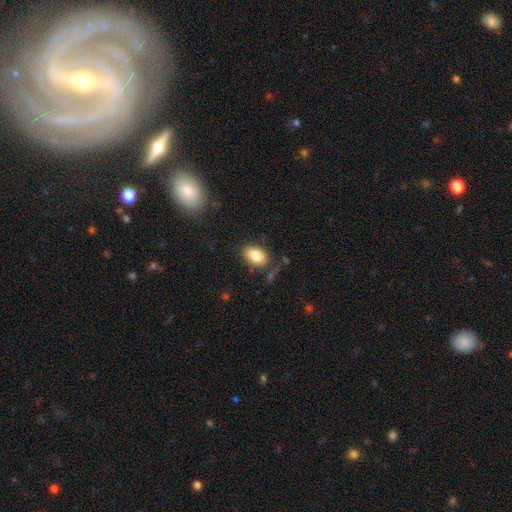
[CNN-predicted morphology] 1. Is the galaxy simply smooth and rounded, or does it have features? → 84% smooth, 8% featured or disk, 8% star or artifact.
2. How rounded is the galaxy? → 89% in between, 9% round, 1% cigar-shaped.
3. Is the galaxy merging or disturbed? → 78% none, 14% minor disturbance, 5% major disturbance, 4% merger.